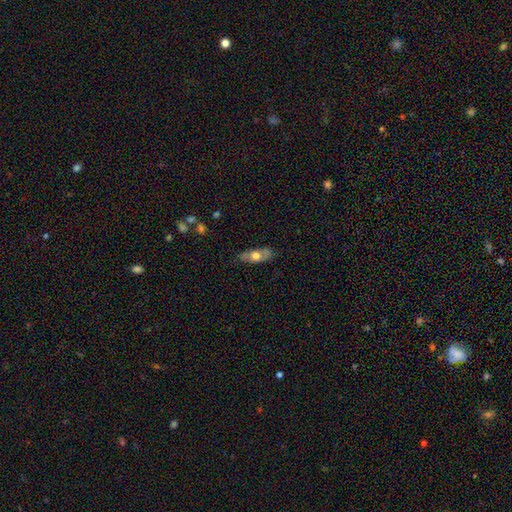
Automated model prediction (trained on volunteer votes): A smooth galaxy with no disk features (55%) that is in between round and cigar-shaped (73%).

Vote fractions:
- Smooth or featured? smooth: 55% / featured or disk: 39% / star or artifact: 6%
- How rounded? in between: 73% / cigar-shaped: 22% / round: 5%
- Merging? none: 78% / minor disturbance: 17% / major disturbance: 4% / merger: 1%